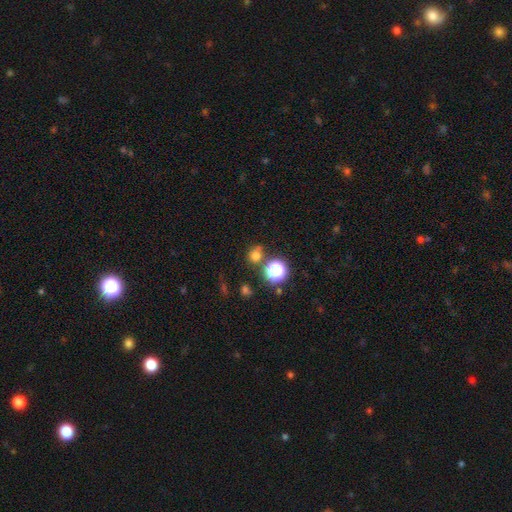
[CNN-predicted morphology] smooth 69%, star or artifact 23%, featured or disk 7%. Down the decision tree: how rounded — round (82%); merging — none (69%).